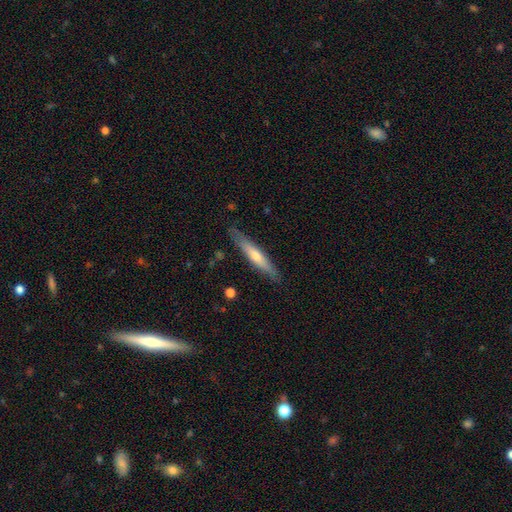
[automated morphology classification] smooth-or-featured: smooth: 48% | featured or disk: 46% | star or artifact: 6%
  merging: none: 86% | minor disturbance: 10% | major disturbance: 2% | merger: 1%